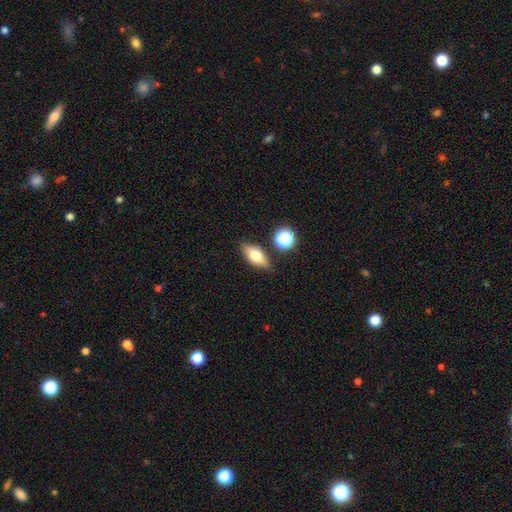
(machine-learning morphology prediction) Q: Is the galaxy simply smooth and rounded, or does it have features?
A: smooth — 67%.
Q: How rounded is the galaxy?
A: in between — 76%.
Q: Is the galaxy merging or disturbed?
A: none — 82%.